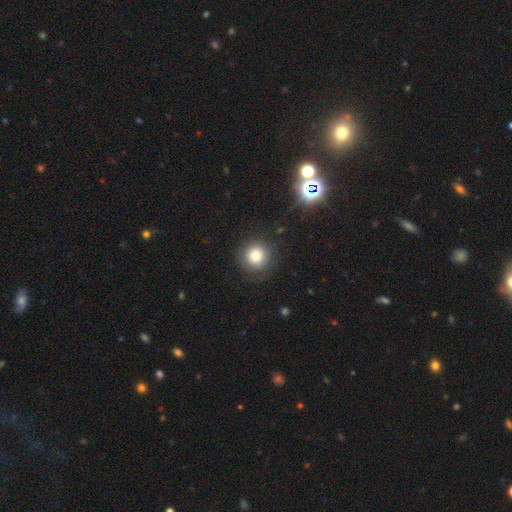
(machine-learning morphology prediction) Overall: smooth (78%). How rounded: round (93%). Merging: none (85%).